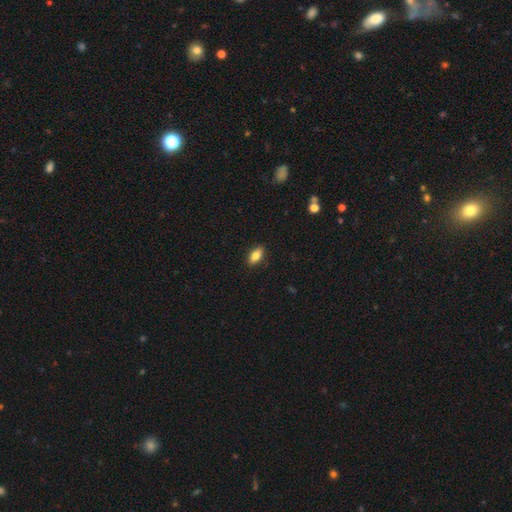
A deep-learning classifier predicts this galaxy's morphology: smooth 82%, featured or disk 11%, star or artifact 7%. Down the decision tree: how rounded — in between (87%); merging — none (88%).